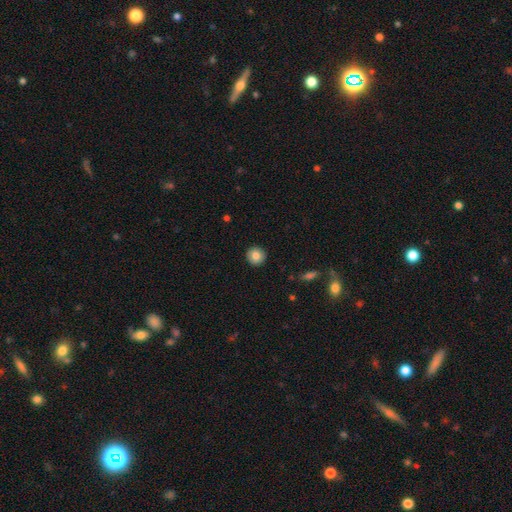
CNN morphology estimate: smooth 81%, featured or disk 10%, star or artifact 8%. Down the decision tree: how rounded — round (95%); merging — none (92%).